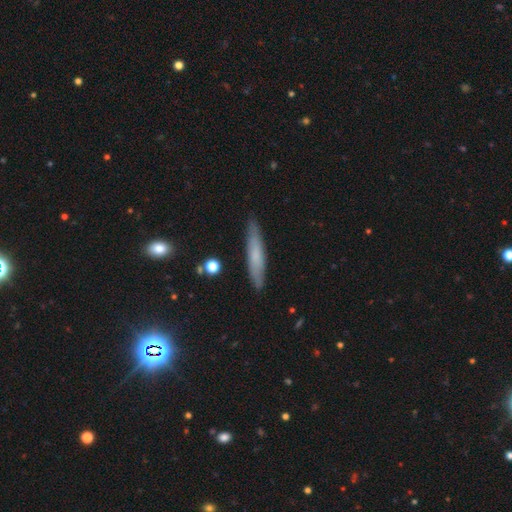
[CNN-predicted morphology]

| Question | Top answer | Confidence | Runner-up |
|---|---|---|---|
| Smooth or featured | smooth | 60% | featured or disk (33%) |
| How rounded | cigar-shaped | 91% | in between (8%) |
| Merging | none | 86% | minor disturbance (11%) |